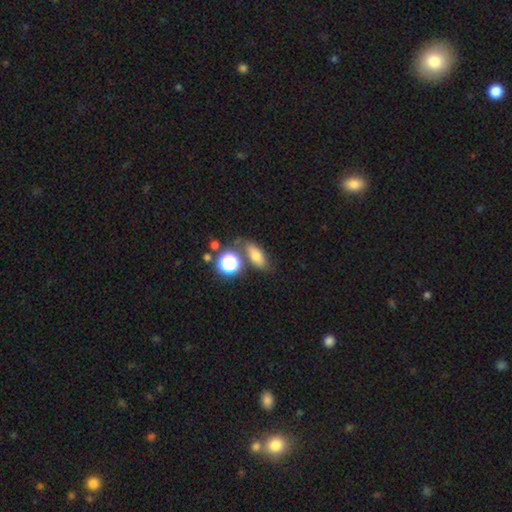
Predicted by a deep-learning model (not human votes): Smooth or featured?
  - smooth: 66% *
  - featured or disk: 17%
  - star or artifact: 16%
How rounded?
  - in between: 63% *
  - round: 19%
  - cigar-shaped: 18%
Merging?
  - none: 70% *
  - minor disturbance: 14%
  - merger: 11%
  - major disturbance: 5%